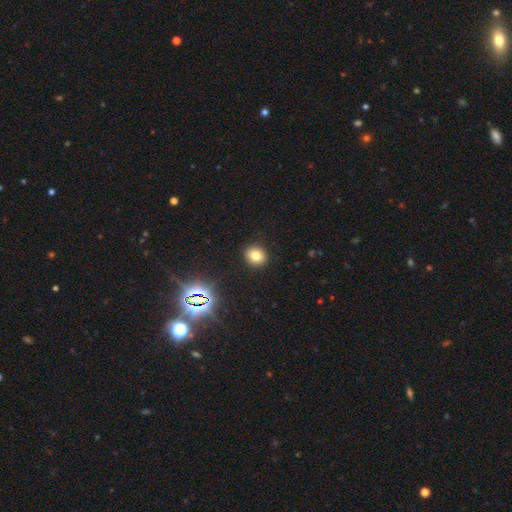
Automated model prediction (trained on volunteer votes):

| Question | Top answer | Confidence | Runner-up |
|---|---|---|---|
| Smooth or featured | smooth | 77% | star or artifact (16%) |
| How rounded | round | 77% | in between (22%) |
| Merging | none | 91% | minor disturbance (6%) |